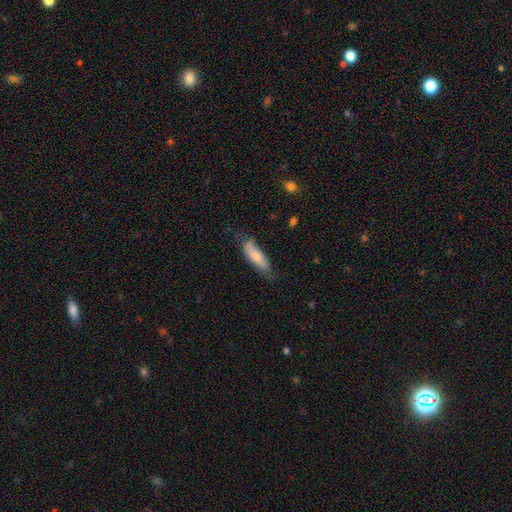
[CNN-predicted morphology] This appears to be a smooth galaxy with no disk features (72%) that is cigar-shaped (50%). Merging: none (52%).